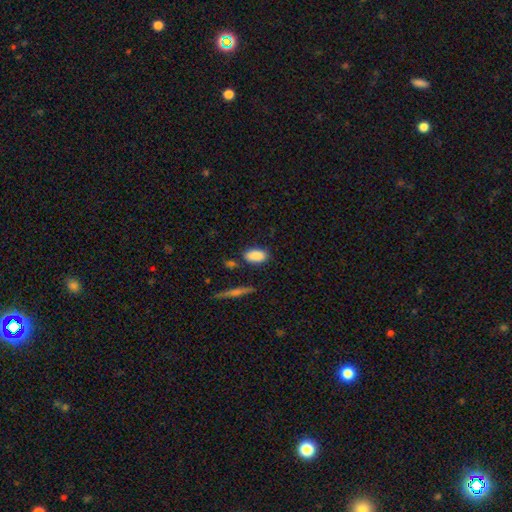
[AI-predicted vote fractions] Smooth or featured?
  - smooth: 88% *
  - star or artifact: 7%
  - featured or disk: 5%
How rounded?
  - in between: 91% *
  - round: 6%
  - cigar-shaped: 3%
Merging?
  - none: 80% *
  - minor disturbance: 12%
  - merger: 4%
  - major disturbance: 3%